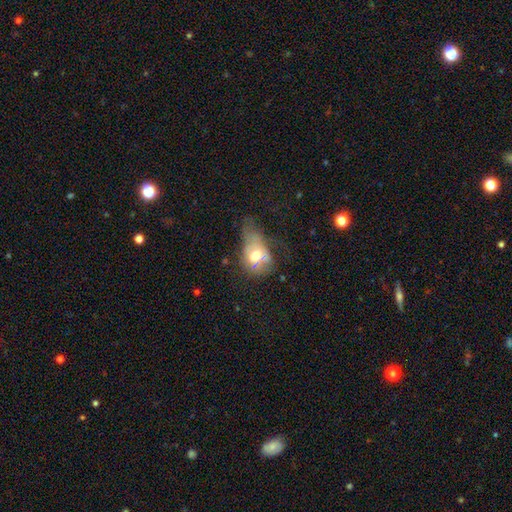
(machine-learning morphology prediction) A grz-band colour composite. It shows a smooth galaxy with no disk features (58%) that is in between round and cigar-shaped (63%). Merging: major disturbance (39%).